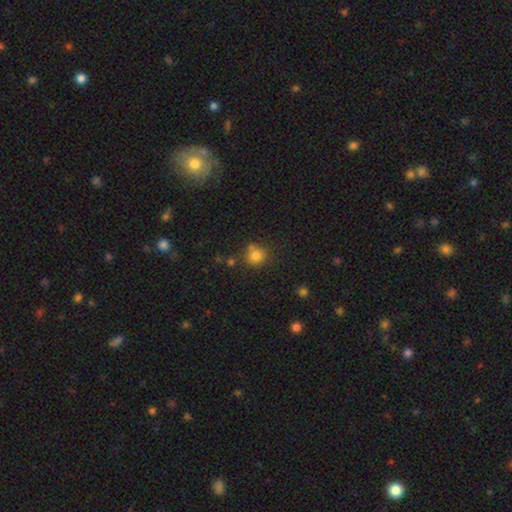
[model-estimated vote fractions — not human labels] Overall: smooth (80%). How rounded: round (82%). Merging: none (65%).